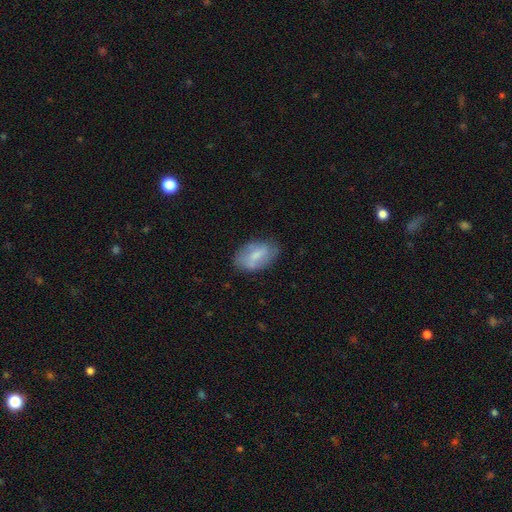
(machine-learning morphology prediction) Overall: smooth (56%; featured or disk 37%). How rounded: in between (91%). Merging: none (70%).